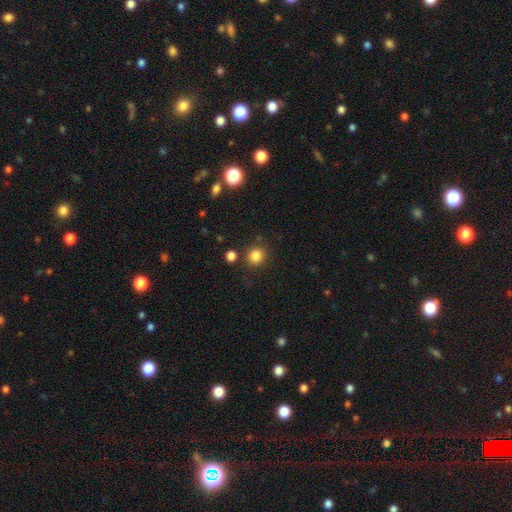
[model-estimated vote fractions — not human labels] smooth_or_featured: smooth (p=0.83) [alt: star or artifact p=0.12]
how_rounded: round (p=0.88) [alt: in between p=0.11]
merging: none (p=0.83) [alt: minor disturbance p=0.08]